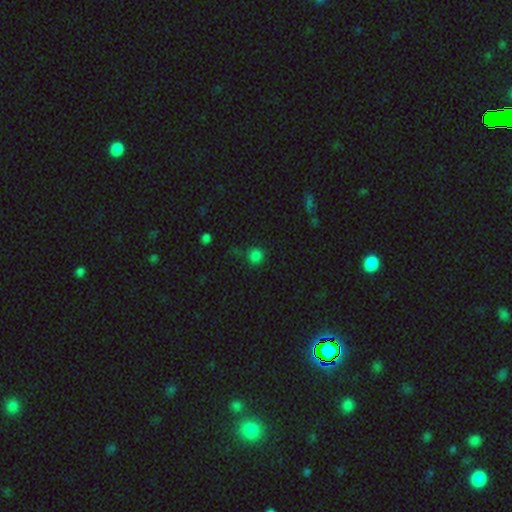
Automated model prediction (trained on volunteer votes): Smooth or featured? Predicted: smooth (p=0.78). How rounded? Predicted: round (p=0.92). Merging? Predicted: none (p=0.76).